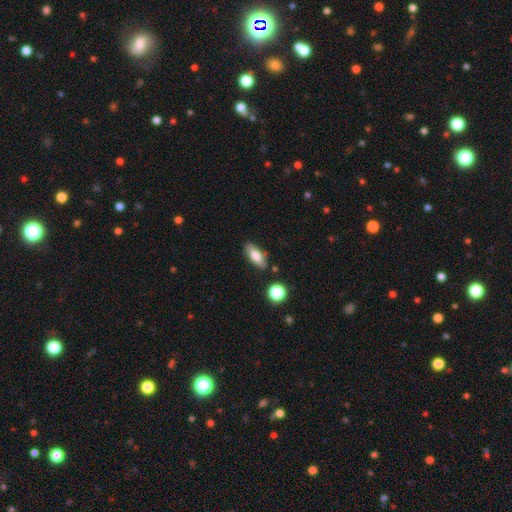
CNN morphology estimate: Overall: smooth (78%). How rounded: in between (78%). Merging: none (81%).